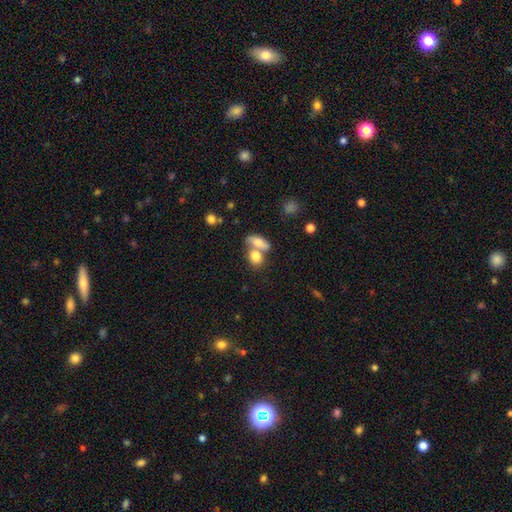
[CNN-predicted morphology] A smooth galaxy with no disk features (80%) that is in between round and cigar-shaped (70%). Merging: merger (54%).